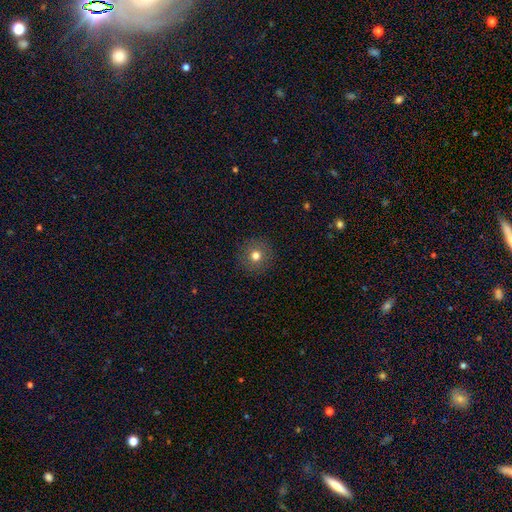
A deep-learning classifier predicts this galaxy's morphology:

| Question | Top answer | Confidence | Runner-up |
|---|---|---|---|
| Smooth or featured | smooth | 74% | star or artifact (13%) |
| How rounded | round | 95% | in between (4%) |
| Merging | none | 91% | minor disturbance (6%) |